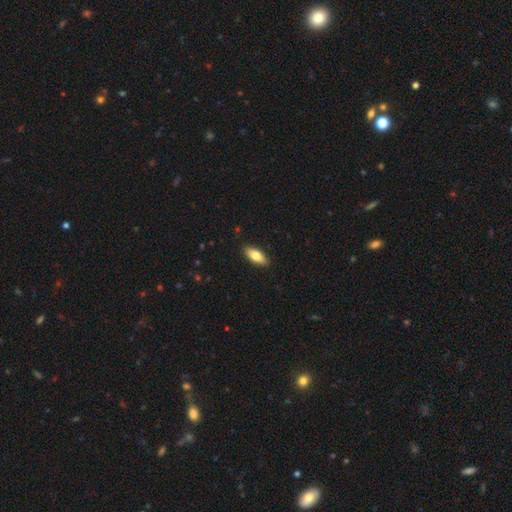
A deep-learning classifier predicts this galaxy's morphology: smooth-or-featured: smooth: 73% | featured or disk: 21% | star or artifact: 6%
  how-rounded: in between: 78% | cigar-shaped: 20% | round: 2%
  merging: none: 90% | minor disturbance: 8% | major disturbance: 2% | merger: 1%